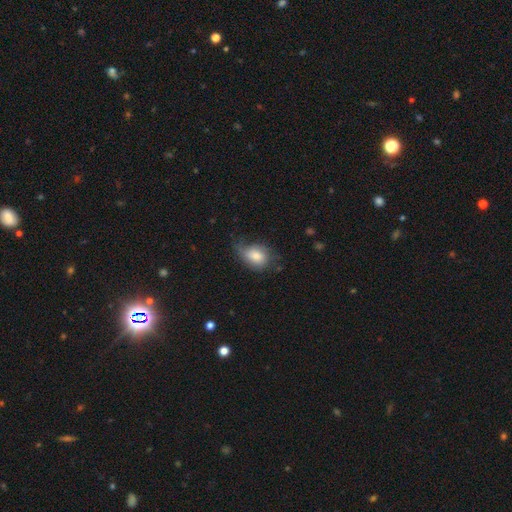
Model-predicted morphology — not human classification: type=smooth (68%); roundness=in between (71%); merging=none (47%).